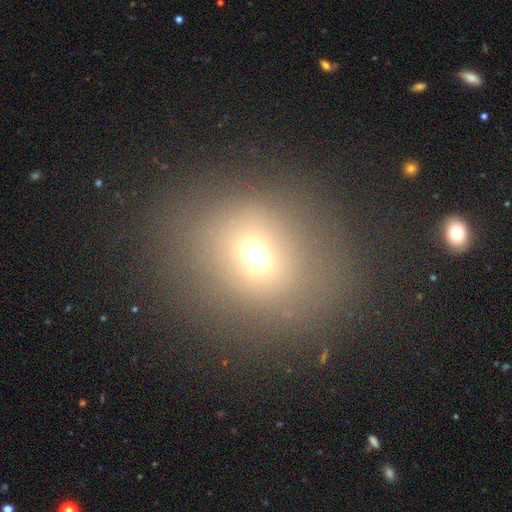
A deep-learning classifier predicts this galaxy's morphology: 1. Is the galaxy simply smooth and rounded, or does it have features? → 64% smooth, 21% star or artifact, 14% featured or disk.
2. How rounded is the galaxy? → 70% round, 28% in between, 1% cigar-shaped.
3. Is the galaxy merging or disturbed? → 79% none, 10% minor disturbance, 8% major disturbance, 3% merger.